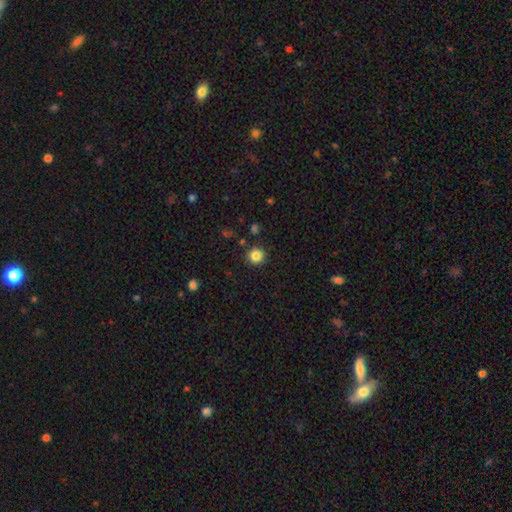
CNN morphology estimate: Smooth or featured?
  - smooth: 85% *
  - star or artifact: 11%
  - featured or disk: 4%
How rounded?
  - round: 94% *
  - in between: 6%
  - cigar-shaped: 1%
Merging?
  - none: 89% *
  - minor disturbance: 7%
  - merger: 3%
  - major disturbance: 2%